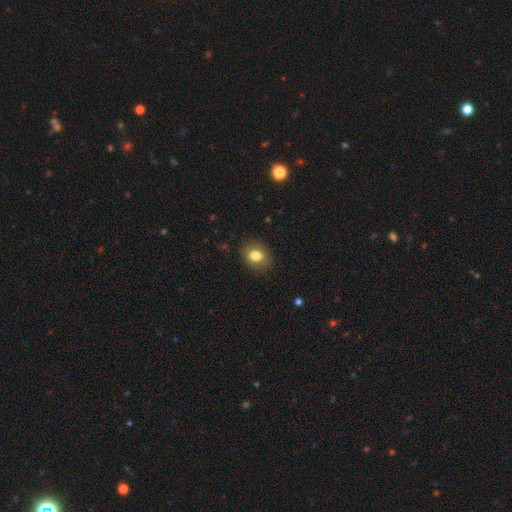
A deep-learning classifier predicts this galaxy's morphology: type=smooth (81%); roundness=in between (55%); merging=none (85%).